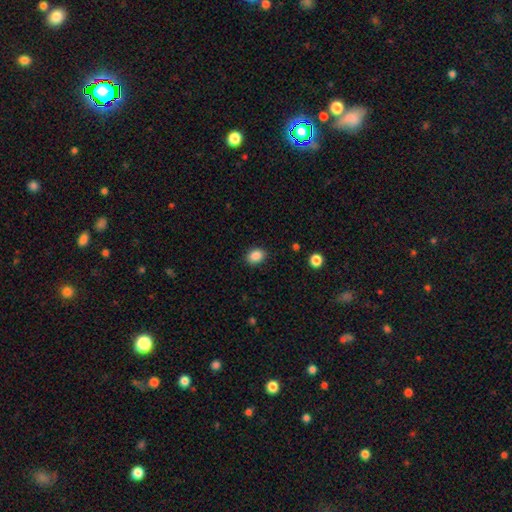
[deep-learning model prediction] The model was most divided on "how rounded": in between: 59%, round: 40%, cigar-shaped: 1%. More confident: merging — none (88%); smooth or featured — smooth (87%).